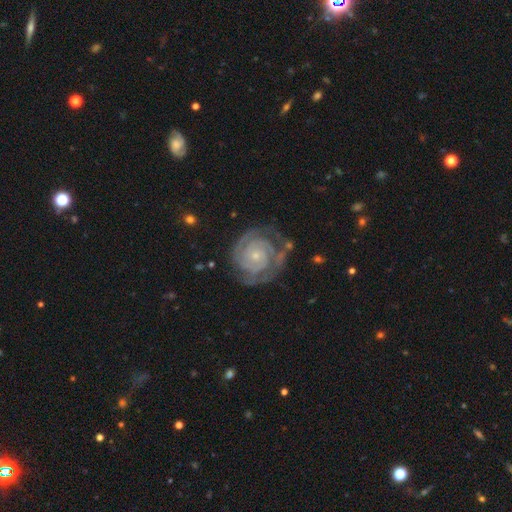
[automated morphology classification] Smooth or featured: featured or disk — 89% (smooth — 6%)
Edge-on disk: no — 98% (yes — 2%)
Bar: no — 77% (weak — 18%)
Spiral arms: yes — 97% (no — 3%)
Spiral winding: tight — 79% (medium — 17%)
Spiral arm count: 2 — 54% (3 — 19%)
Bulge size: small — 79% (moderate — 15%)
Merging: none — 70% (minor disturbance — 18%)